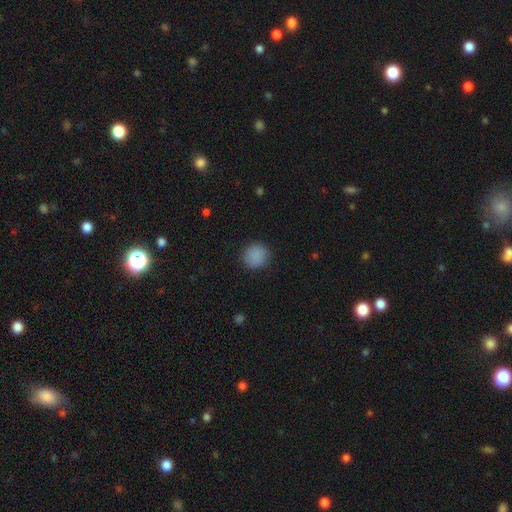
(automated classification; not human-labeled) smooth-or-featured: smooth: 87% | star or artifact: 9% | featured or disk: 4%
  how-rounded: round: 88% | in between: 11% | cigar-shaped: 1%
  merging: none: 88% | minor disturbance: 8% | major disturbance: 3% | merger: 1%